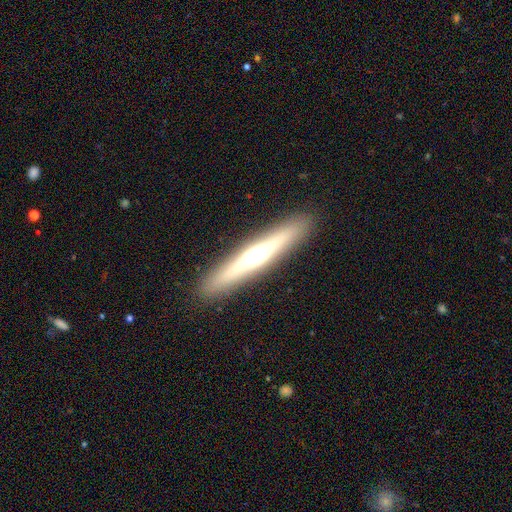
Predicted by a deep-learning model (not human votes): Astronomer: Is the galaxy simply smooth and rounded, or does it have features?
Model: featured or disk — 56% (runner-up: smooth, 38%).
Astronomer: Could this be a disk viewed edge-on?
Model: yes — 95%.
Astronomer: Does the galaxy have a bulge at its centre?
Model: rounded — 77%.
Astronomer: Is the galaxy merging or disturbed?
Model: none — 91%.